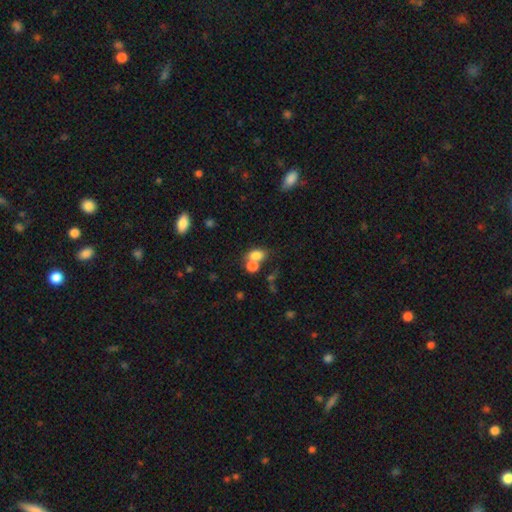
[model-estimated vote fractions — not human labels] Smooth or featured? smooth (77%)
How rounded? in between (73%)
Merging? merger (47%)